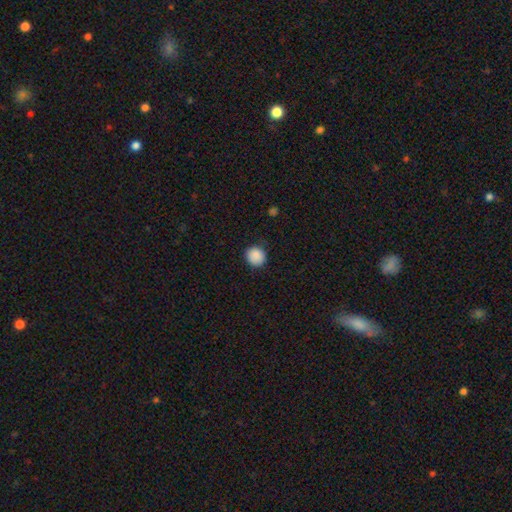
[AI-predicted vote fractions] This is clearly a smooth galaxy (88%). How rounded: clearly round (87%). Merging: clearly none (85%).